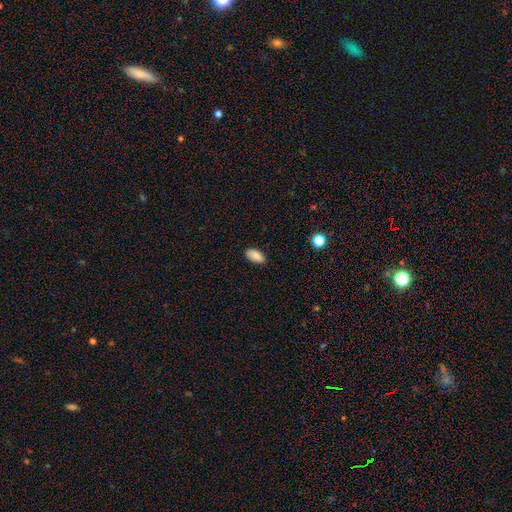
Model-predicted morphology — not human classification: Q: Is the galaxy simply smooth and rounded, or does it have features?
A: smooth — 86%.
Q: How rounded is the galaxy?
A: in between — 94%.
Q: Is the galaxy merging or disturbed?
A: none — 81%.